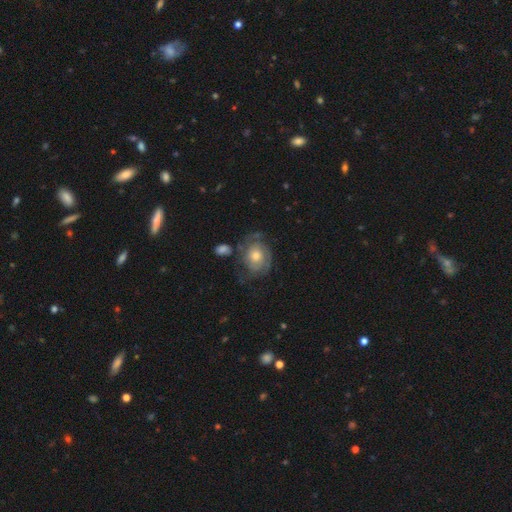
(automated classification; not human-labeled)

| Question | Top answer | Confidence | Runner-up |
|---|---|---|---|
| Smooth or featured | featured or disk | 73% | smooth (19%) |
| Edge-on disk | no | 97% | yes (3%) |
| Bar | no | 80% | weak (17%) |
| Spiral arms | yes | 88% | no (12%) |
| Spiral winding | tight | 63% | medium (28%) |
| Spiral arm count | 2 | 46% | can't tell (31%) |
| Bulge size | moderate | 65% | small (22%) |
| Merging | none | 63% | minor disturbance (20%) |